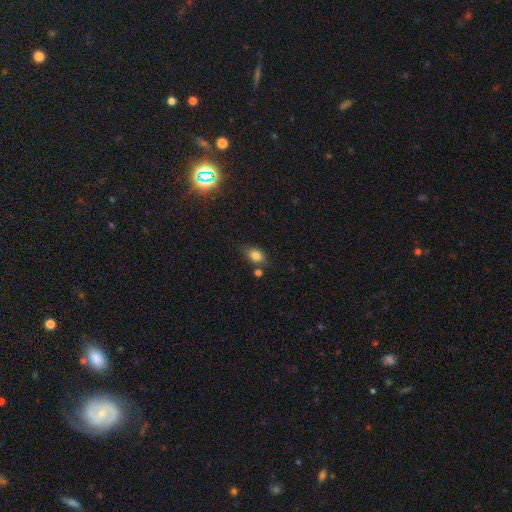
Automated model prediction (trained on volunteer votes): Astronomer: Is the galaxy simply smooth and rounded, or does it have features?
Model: smooth — 80%.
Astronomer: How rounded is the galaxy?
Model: in between — 77%.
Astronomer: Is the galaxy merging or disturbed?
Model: none — 65%.